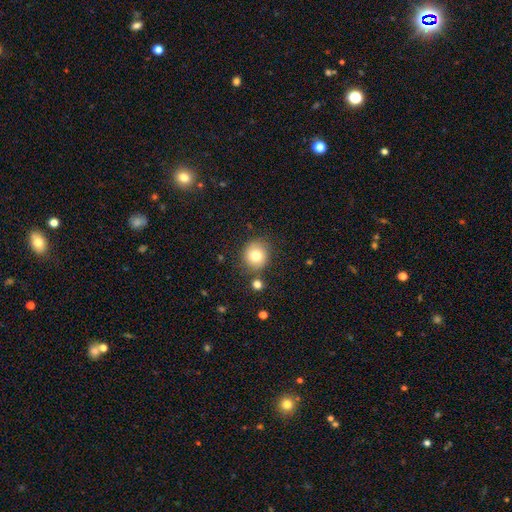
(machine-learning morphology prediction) This appears to be a smooth galaxy with no disk features (78%) that is round (85%). Merging: none (80%).